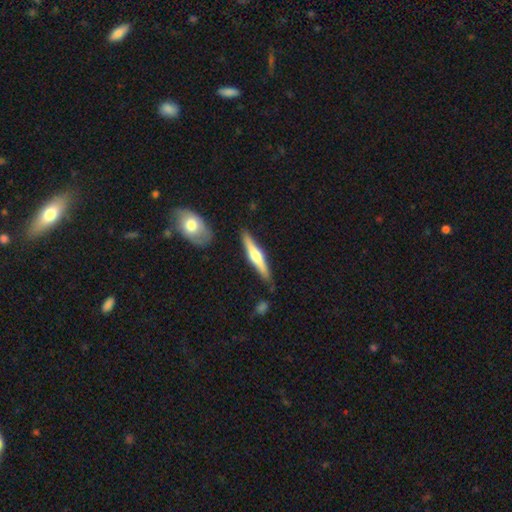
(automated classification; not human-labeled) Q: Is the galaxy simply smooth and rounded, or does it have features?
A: featured or disk — 61%.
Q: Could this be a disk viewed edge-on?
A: yes — 96%.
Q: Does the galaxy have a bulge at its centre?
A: rounded — 91%.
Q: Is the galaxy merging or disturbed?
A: none — 86%.